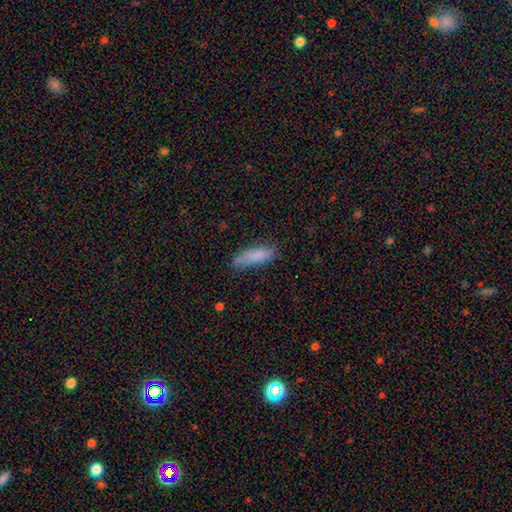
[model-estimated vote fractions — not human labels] Smooth or featured?
  - smooth: 83% *
  - featured or disk: 10%
  - star or artifact: 7%
How rounded?
  - cigar-shaped: 53% *
  - in between: 45%
  - round: 2%
Merging?
  - none: 66% *
  - minor disturbance: 26%
  - major disturbance: 6%
  - merger: 2%